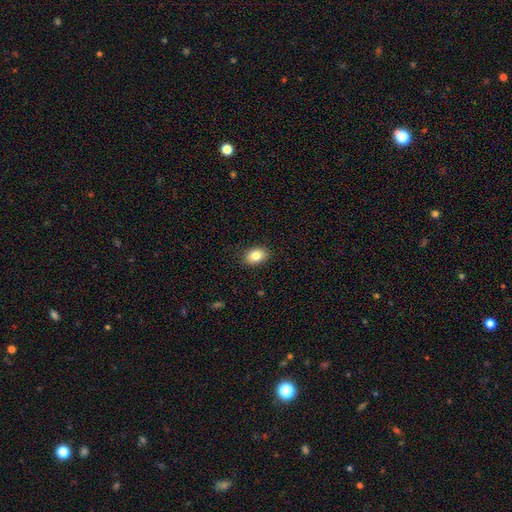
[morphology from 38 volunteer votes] Volunteers were most divided on "how rounded": in between: 85%, round: 15%, cigar-shaped: 0%. More confident: smooth or featured — smooth (89%); merging — none (86%).